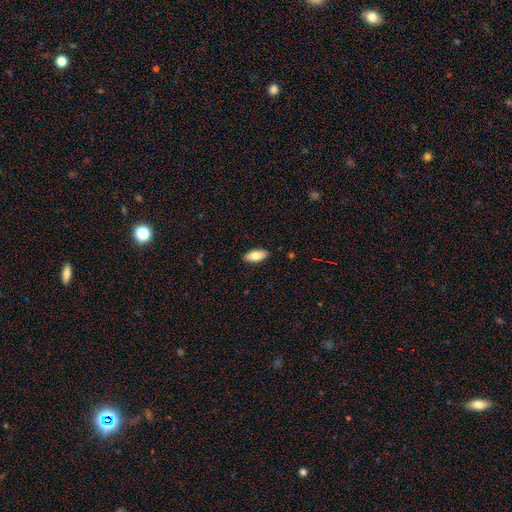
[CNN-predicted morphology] Smooth or featured? smooth (78%)
How rounded? in between (86%)
Merging? none (89%)